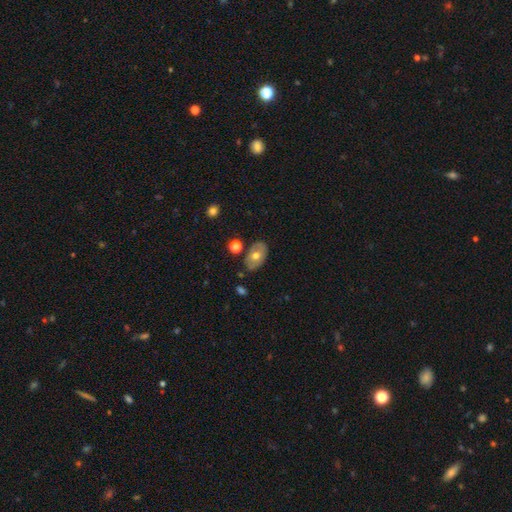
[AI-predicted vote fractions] Q: Smooth or featured?
A: smooth (50%); runner-up: featured or disk (42%)
Q: How rounded?
A: in between (86%); runner-up: round (13%)
Q: Merging?
A: none (78%); runner-up: minor disturbance (15%)